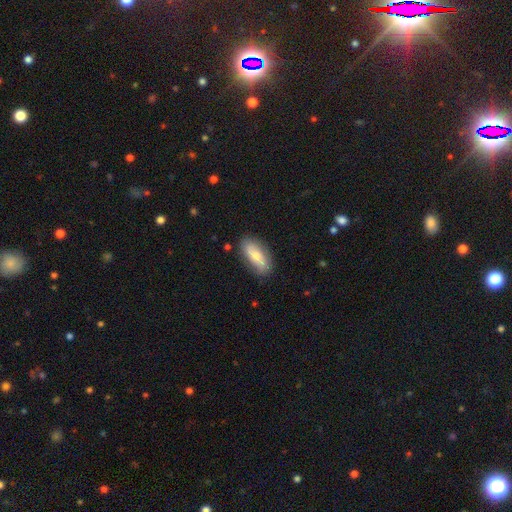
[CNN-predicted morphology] Smooth or featured? Predicted: smooth (p=0.61). How rounded? Predicted: in between (p=0.81). Merging? Predicted: none (p=0.80).